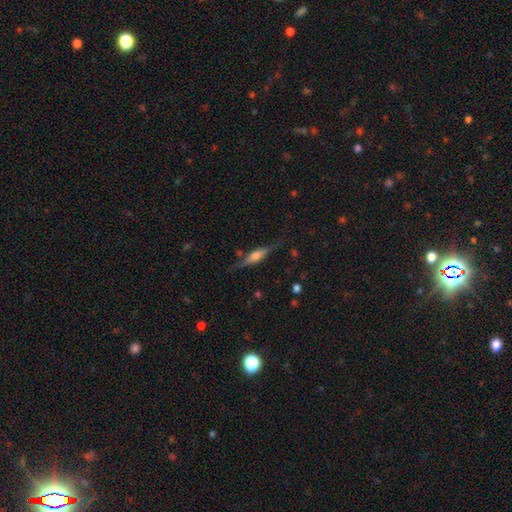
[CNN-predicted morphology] A featured or disk galaxy (62%) viewed edge-on (94%) with a rounded central bulge (77%).

Vote fractions:
- Smooth or featured? featured or disk: 62% / smooth: 31% / star or artifact: 7%
- Edge-on disk? yes: 94% / no: 6%
- Edge-on bulge? rounded: 77% / boxy: 18% / none: 5%
- Merging? none: 75% / minor disturbance: 17% / major disturbance: 6% / merger: 2%